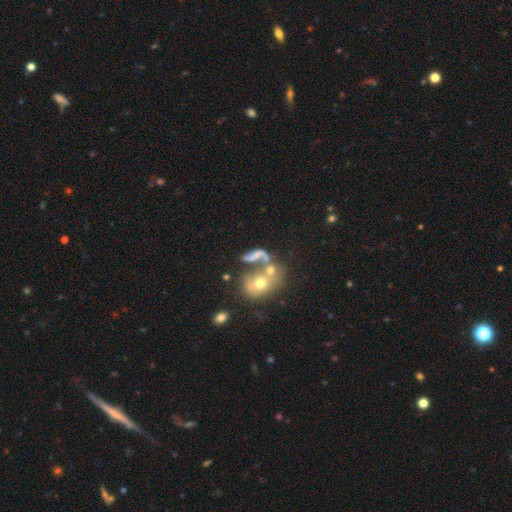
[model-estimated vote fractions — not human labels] Smooth or featured? Predicted: smooth (p=0.43, tied with featured or disk). Merging? Predicted: merger (p=0.55).